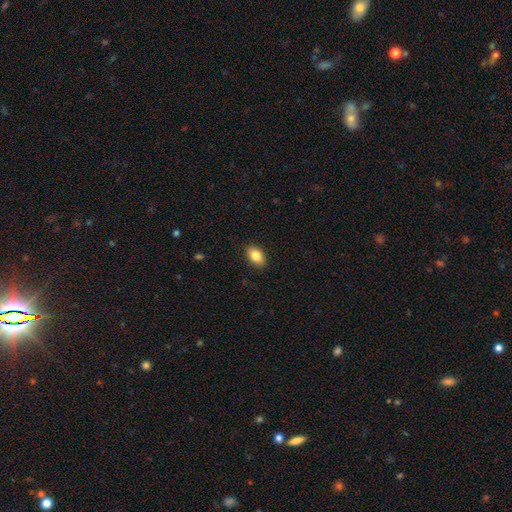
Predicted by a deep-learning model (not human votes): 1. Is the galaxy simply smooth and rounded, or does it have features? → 84% smooth, 8% star or artifact, 8% featured or disk.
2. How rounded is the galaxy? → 87% in between, 11% round, 2% cigar-shaped.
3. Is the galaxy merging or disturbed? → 89% none, 9% minor disturbance, 2% major disturbance, 1% merger.